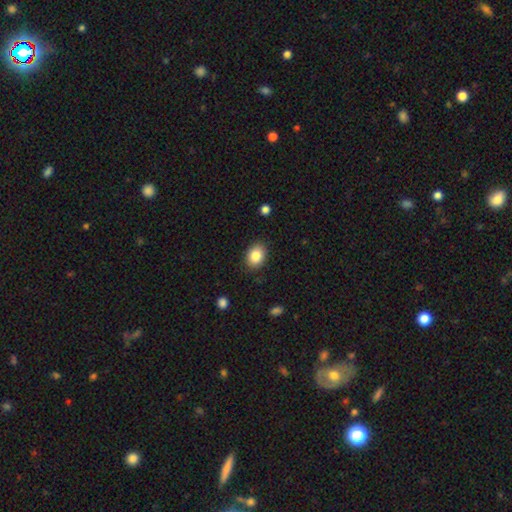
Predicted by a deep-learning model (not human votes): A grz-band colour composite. It shows a smooth galaxy with no disk features (86%) that is in between round and cigar-shaped (66%). Merging: none (86%).